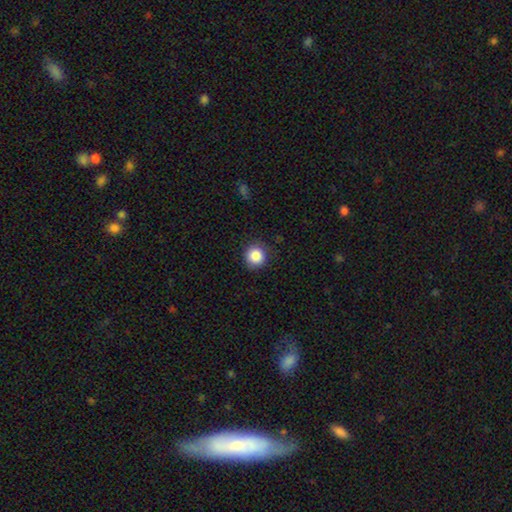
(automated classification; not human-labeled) Smooth or featured? Predicted: smooth (p=0.86). How rounded? Predicted: round (p=0.92). Merging? Predicted: none (p=0.88).